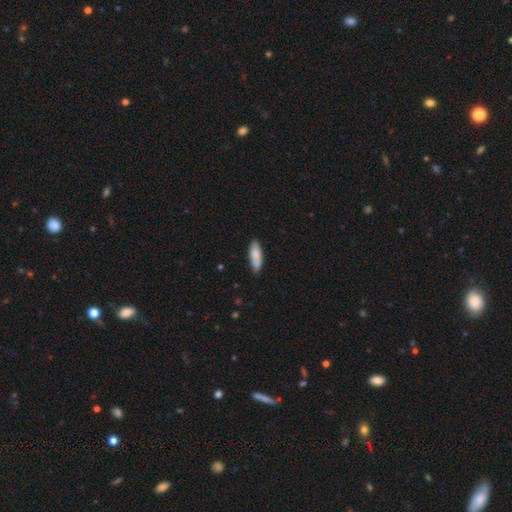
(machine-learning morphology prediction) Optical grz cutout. It shows a smooth galaxy with no disk features (81%) that is in between round and cigar-shaped (55%). Merging: none (77%).